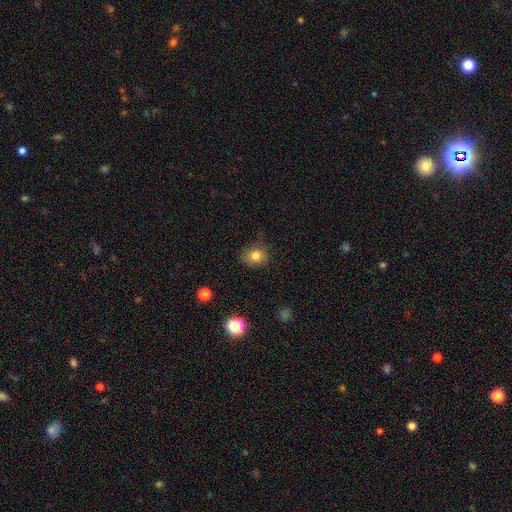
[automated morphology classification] smooth 80%, star or artifact 11%, featured or disk 8%. Down the decision tree: how rounded — round (60%); merging — none (71%).